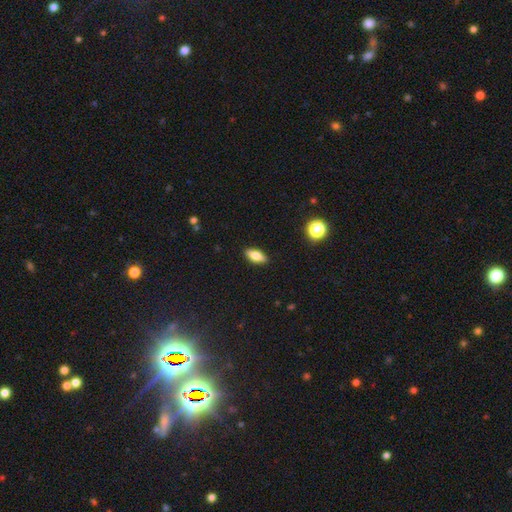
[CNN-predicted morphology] Smooth or featured? smooth (73%)
How rounded? in between (79%)
Merging? none (89%)